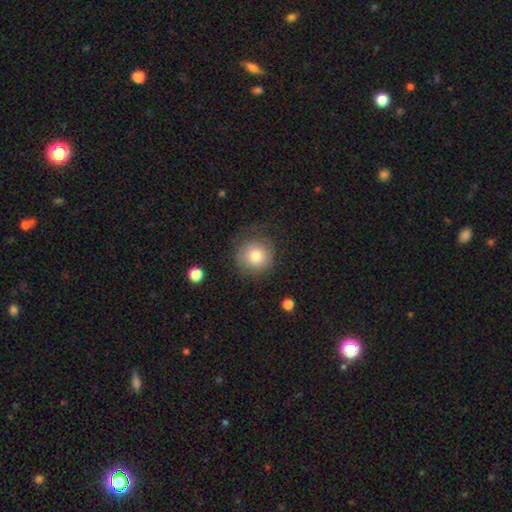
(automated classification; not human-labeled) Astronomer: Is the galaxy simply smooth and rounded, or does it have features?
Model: smooth — 73%.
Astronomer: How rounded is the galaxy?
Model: round — 92%.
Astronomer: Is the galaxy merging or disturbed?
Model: none — 67%.